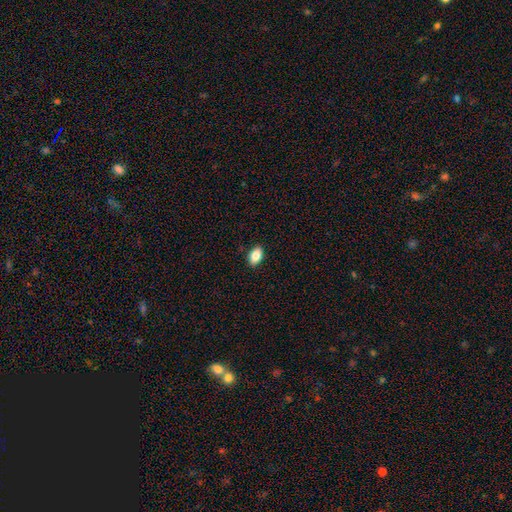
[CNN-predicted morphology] A smooth galaxy with no disk features (84%) that is in between round and cigar-shaped (90%). Merging: none (89%).